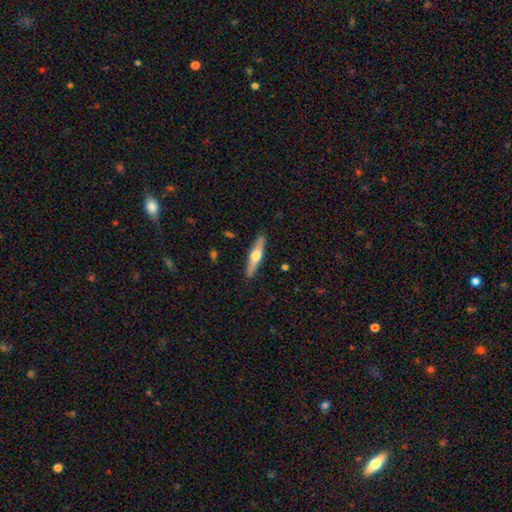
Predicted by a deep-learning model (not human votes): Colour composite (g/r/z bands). It shows a featured or disk galaxy (60%) viewed edge-on (95%) with a rounded central bulge (94%). Merging: none (90%).